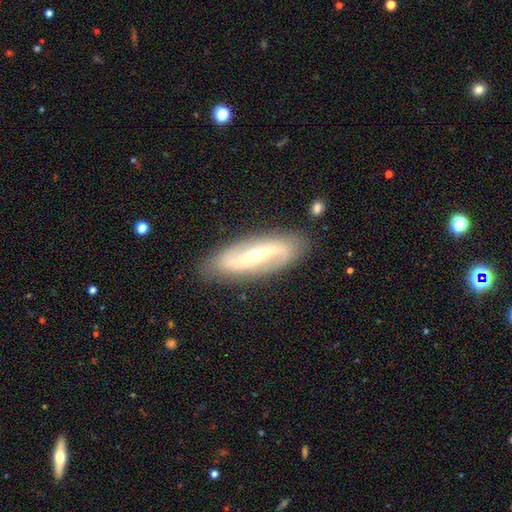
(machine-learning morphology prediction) Smooth or featured: featured or disk — 84% (smooth — 11%)
Edge-on disk: no — 87% (yes — 13%)
Bar: strong — 48% (weak — 29%)
Spiral arms: yes — 90% (no — 10%)
Spiral winding: loose — 57% (medium — 29%)
Spiral arm count: 2 — 91% (can't tell — 4%)
Bulge size: small — 50% (moderate — 46%)
Merging: none — 86% (minor disturbance — 10%)